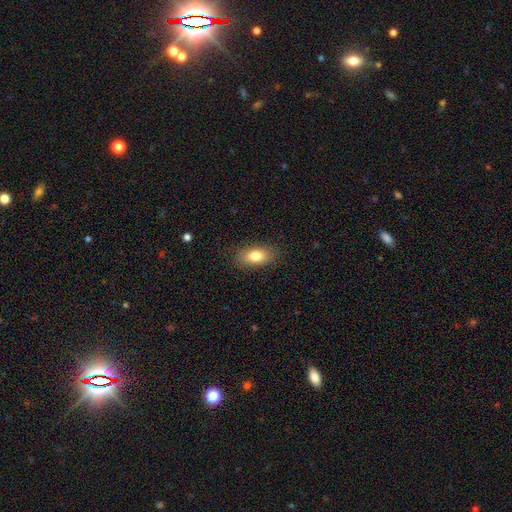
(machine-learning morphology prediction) Smooth or featured? Predicted: smooth (p=0.80). How rounded? Predicted: in between (p=0.87). Merging? Predicted: none (p=0.85).